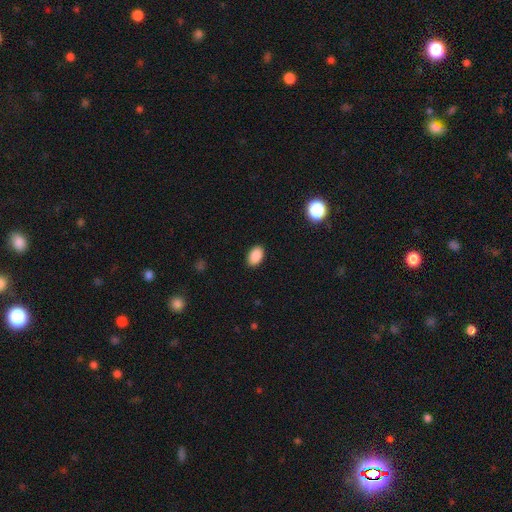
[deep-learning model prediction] A smooth galaxy with no disk features (88%) that is in between round and cigar-shaped (90%). Merging: none (89%).